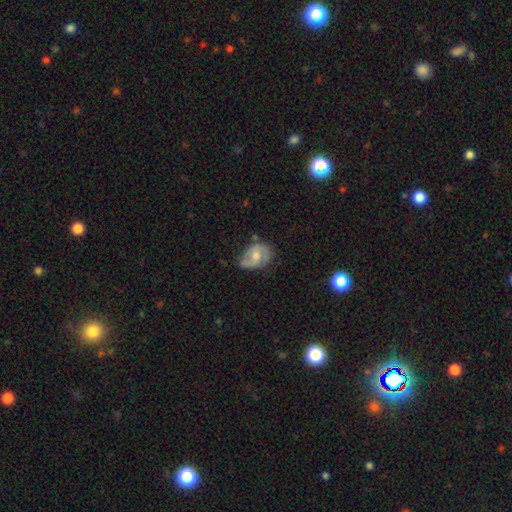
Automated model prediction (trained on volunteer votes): Smooth or featured: featured or disk — 59% (smooth — 34%)
Edge-on disk: no — 97% (yes — 3%)
Bar: no — 59% (weak — 35%)
Spiral arms: yes — 82% (no — 18%)
Bulge size: moderate — 58% (small — 32%)
Merging: none — 50% (minor disturbance — 34%)